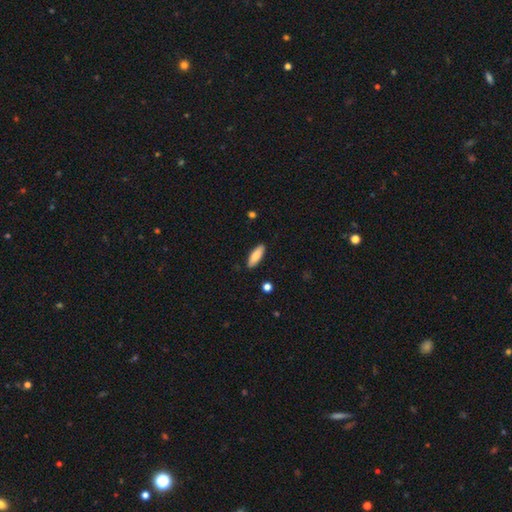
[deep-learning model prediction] Smooth or featured? Predicted: smooth (p=0.85). How rounded? Predicted: in between (p=0.63). Merging? Predicted: none (p=0.89).